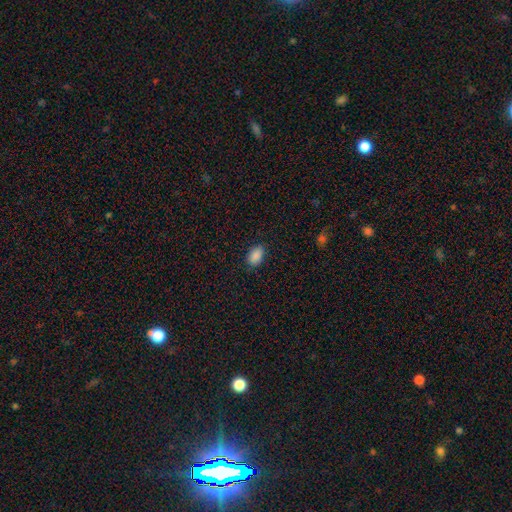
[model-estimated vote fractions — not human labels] smooth-or-featured: smooth: 88% | star or artifact: 8% | featured or disk: 3%
  how-rounded: in between: 89% | round: 10% | cigar-shaped: 1%
  merging: none: 85% | minor disturbance: 11% | major disturbance: 2% | merger: 1%